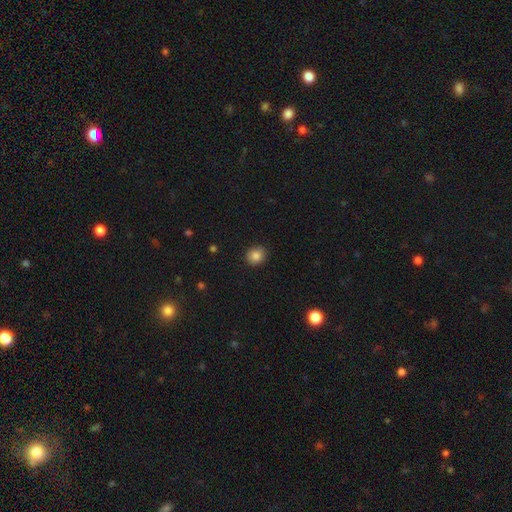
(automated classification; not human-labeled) Overall: smooth (85%). How rounded: round (74%). Merging: none (88%).